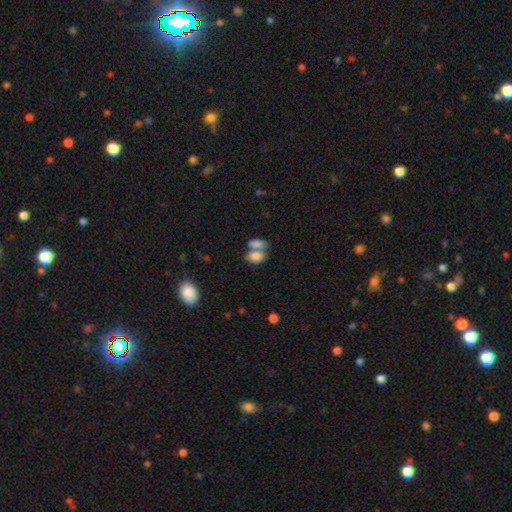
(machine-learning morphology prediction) Smooth or featured? smooth (81%)
How rounded? in between (82%)
Merging? merger (60%)